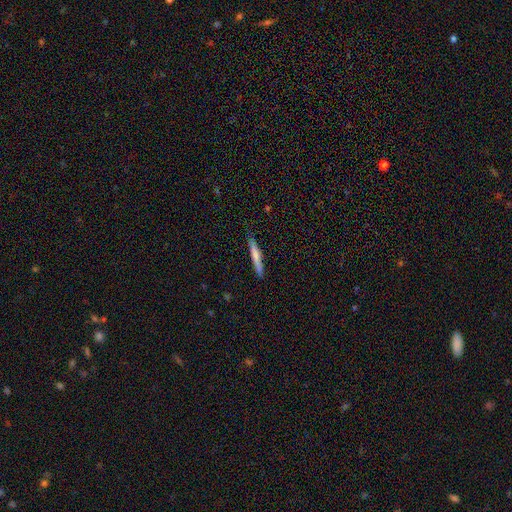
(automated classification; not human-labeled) Overall: smooth (67%; featured or disk 27%). How rounded: cigar-shaped (95%). Merging: none (86%).